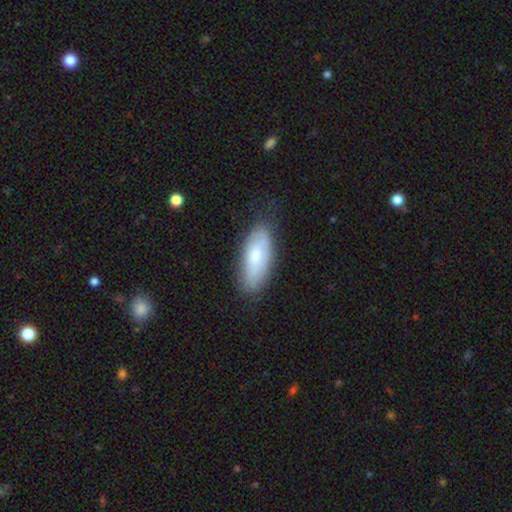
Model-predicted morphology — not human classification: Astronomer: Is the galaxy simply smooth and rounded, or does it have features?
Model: smooth — 63%.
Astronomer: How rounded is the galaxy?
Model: in between — 82%.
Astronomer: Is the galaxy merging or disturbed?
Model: none — 71%.